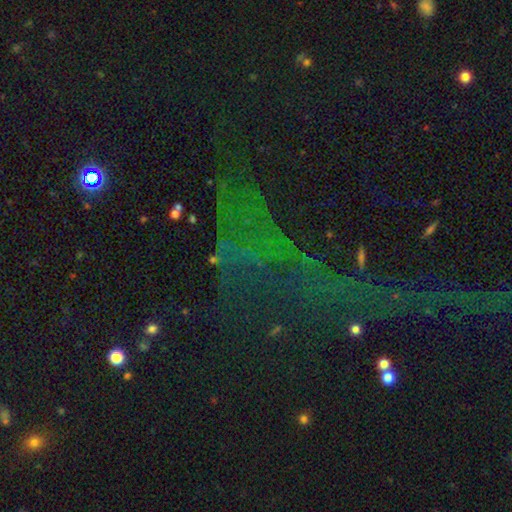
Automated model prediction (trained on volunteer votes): Q: Smooth or featured?
A: star or artifact (72%); runner-up: smooth (14%)